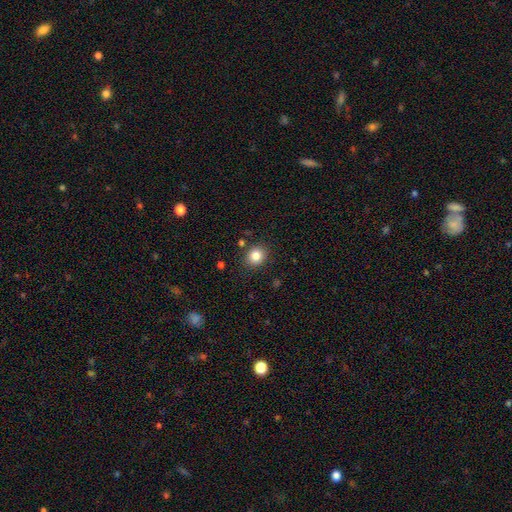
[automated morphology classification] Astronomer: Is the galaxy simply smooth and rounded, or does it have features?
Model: smooth — 83%.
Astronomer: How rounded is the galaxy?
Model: round — 70%.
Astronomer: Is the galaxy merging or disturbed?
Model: none — 87%.